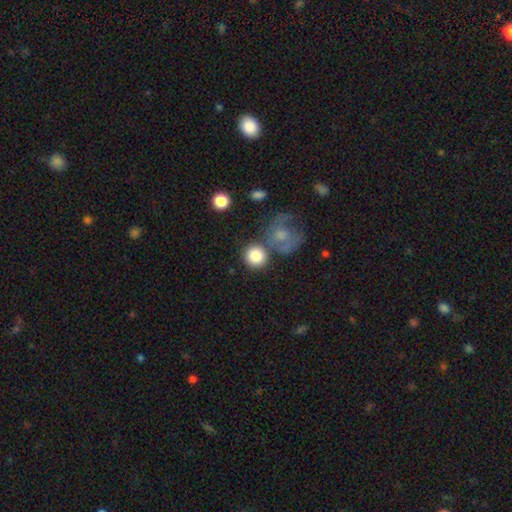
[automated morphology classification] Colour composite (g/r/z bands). It shows a smooth galaxy with no disk features (84%) that is round (90%). Merging: none (65%).